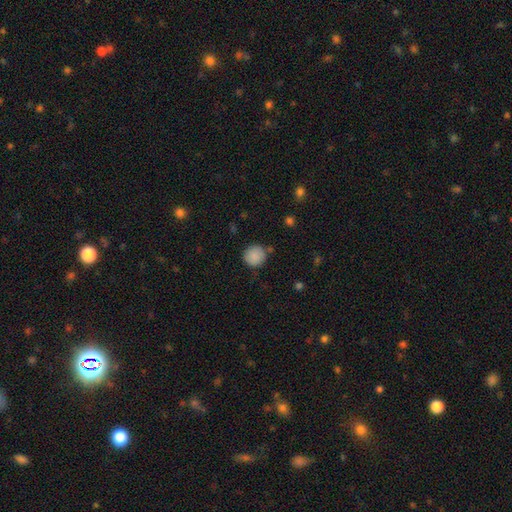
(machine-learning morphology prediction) Overall: smooth (87%). How rounded: round (92%). Merging: none (79%).